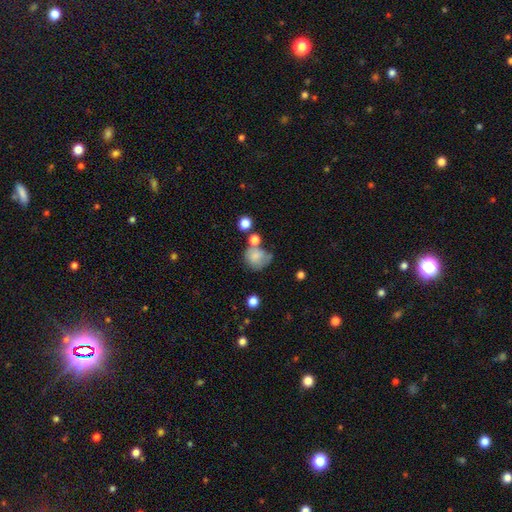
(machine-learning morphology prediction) smooth_or_featured: smooth (p=0.71) [alt: featured or disk p=0.18]
how_rounded: round (p=0.67) [alt: in between p=0.32]
merging: none (p=0.34) [alt: minor disturbance p=0.26]